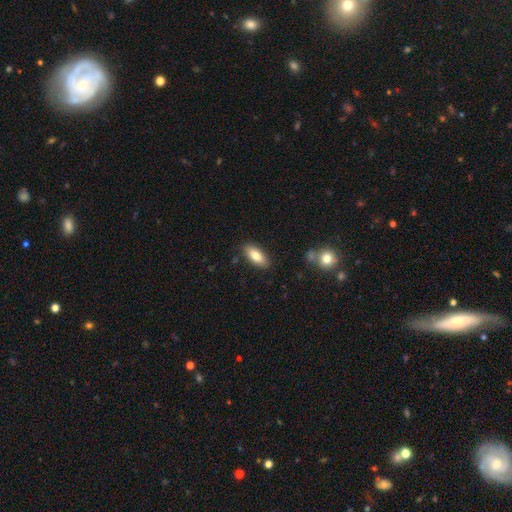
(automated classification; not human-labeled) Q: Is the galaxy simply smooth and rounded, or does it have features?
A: smooth — 80%.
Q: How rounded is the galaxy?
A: in between — 82%.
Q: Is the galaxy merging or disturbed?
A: none — 86%.